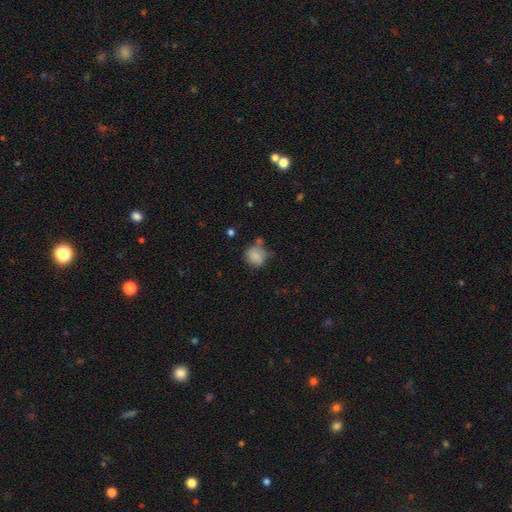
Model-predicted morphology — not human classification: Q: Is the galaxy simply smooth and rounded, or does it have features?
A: smooth — 83%.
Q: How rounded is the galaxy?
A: round — 80%.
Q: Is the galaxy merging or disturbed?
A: none — 60%.